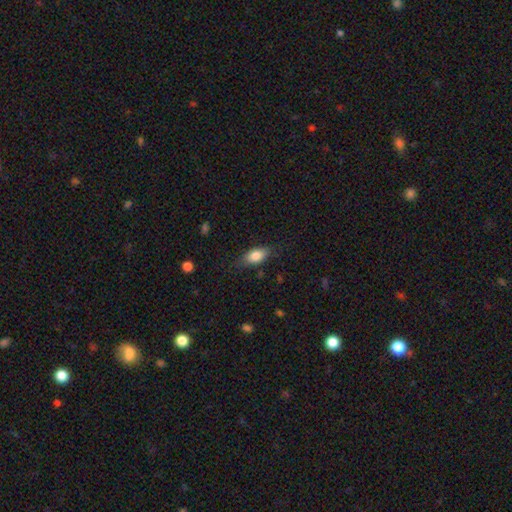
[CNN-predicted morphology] A smooth galaxy with no disk features (81%) that is in between round and cigar-shaped (86%). Merging: none (77%).